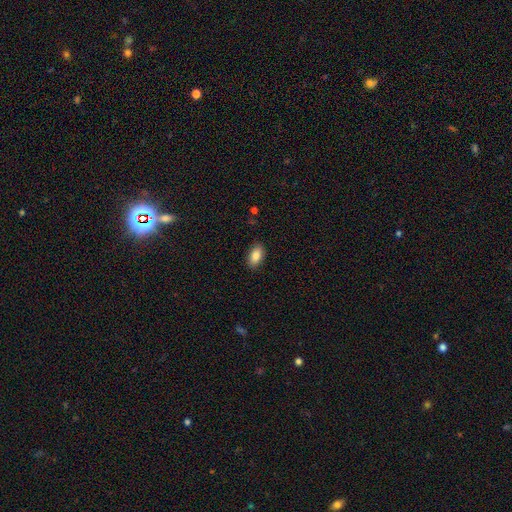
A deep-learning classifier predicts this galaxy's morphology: smooth_or_featured: smooth (p=0.85) [alt: featured or disk p=0.08]
how_rounded: in between (p=0.92) [alt: round p=0.05]
merging: none (p=0.89) [alt: minor disturbance p=0.08]